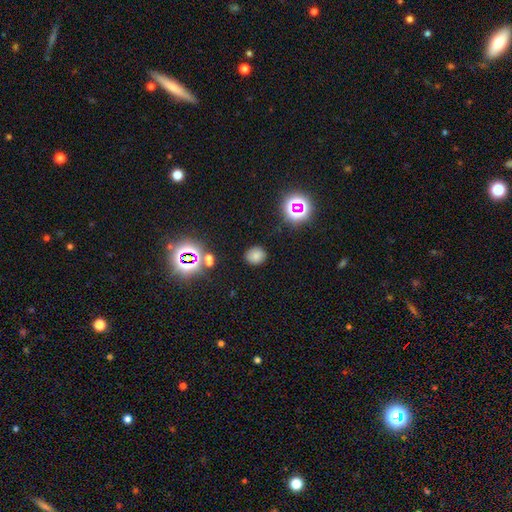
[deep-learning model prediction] smooth_or_featured: smooth (p=0.72) [alt: star or artifact p=0.20]
how_rounded: round (p=0.74) [alt: in between p=0.25]
merging: none (p=0.85) [alt: minor disturbance p=0.09]